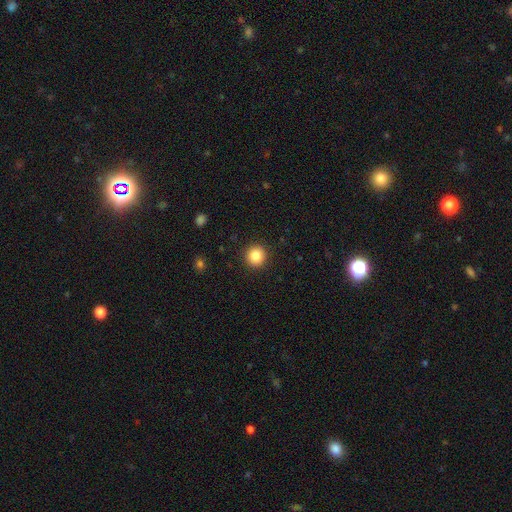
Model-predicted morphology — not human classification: The model was most divided on "smooth or featured": smooth: 86%, star or artifact: 10%, featured or disk: 4%. More confident: how rounded — round (94%); merging — none (92%).